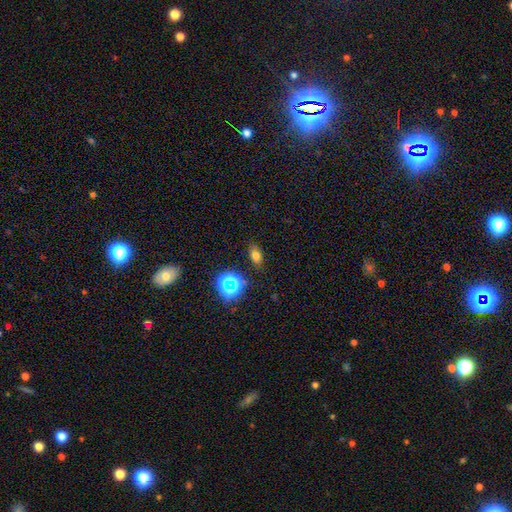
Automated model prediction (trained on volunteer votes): This is likely a smooth galaxy (70%). How rounded: clearly in between (81%). Merging: clearly none (84%).